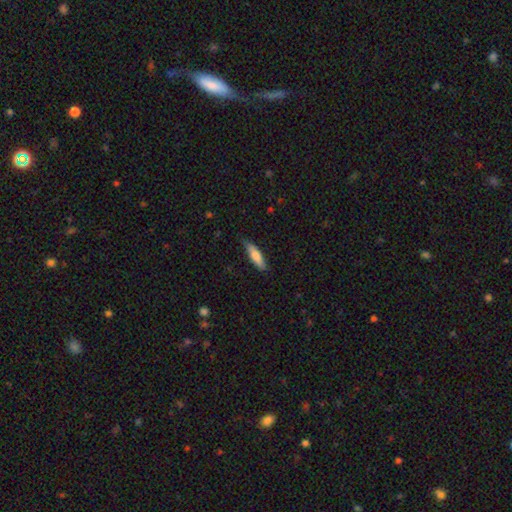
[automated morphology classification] A smooth galaxy with no disk features (72%) that is cigar-shaped (68%). Merging: none (77%).